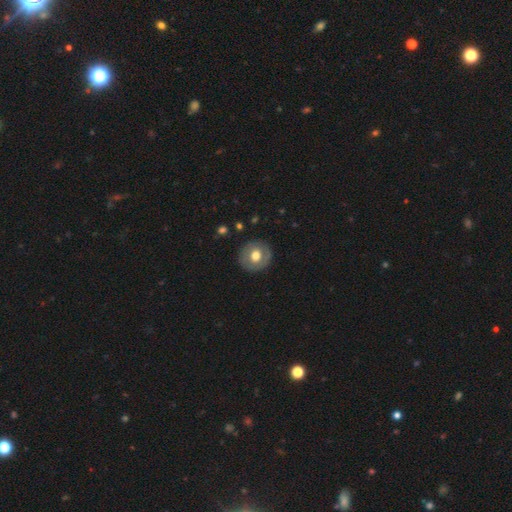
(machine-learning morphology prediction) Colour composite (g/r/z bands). It shows a smooth galaxy with no disk features (60%) that is round (90%). Merging: none (88%).